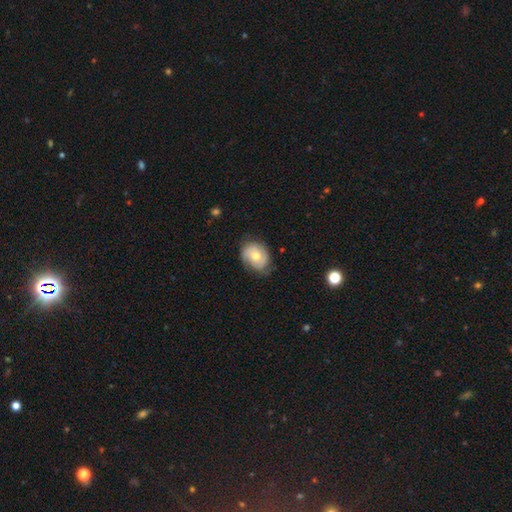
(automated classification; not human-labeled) The model was most divided on "smooth or featured": smooth: 52%, featured or disk: 41%, star or artifact: 7%. More confident: merging — none (64%); how rounded — in between (55%).